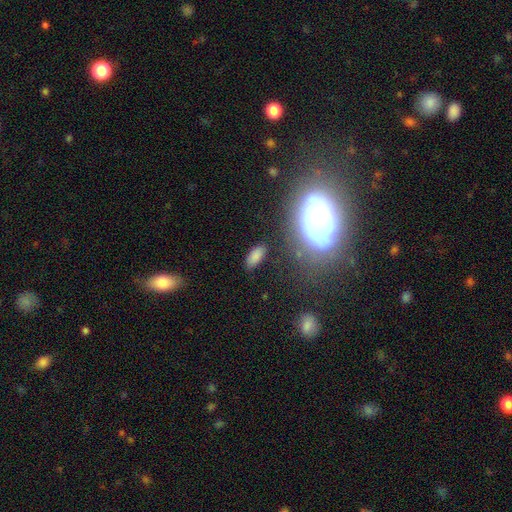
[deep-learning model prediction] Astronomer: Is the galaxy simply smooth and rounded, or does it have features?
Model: smooth — 78%.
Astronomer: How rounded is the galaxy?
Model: in between — 88%.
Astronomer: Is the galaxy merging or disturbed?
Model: none — 78%.